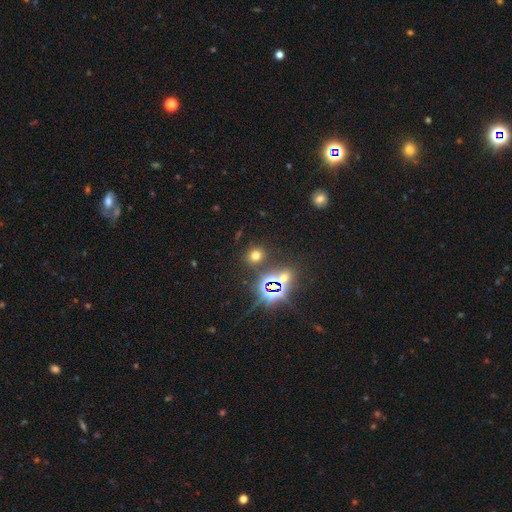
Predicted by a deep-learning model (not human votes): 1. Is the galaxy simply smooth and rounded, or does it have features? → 61% smooth, 31% star or artifact, 8% featured or disk.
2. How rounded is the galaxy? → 74% round, 25% in between, 1% cigar-shaped.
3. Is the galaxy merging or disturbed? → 85% none, 7% minor disturbance, 4% merger, 3% major disturbance.